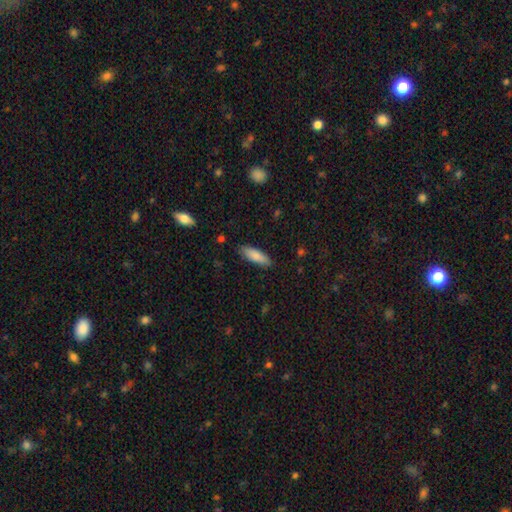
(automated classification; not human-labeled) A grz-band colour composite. It shows a smooth galaxy with no disk features (83%) that is cigar-shaped (50%). Merging: none (87%).